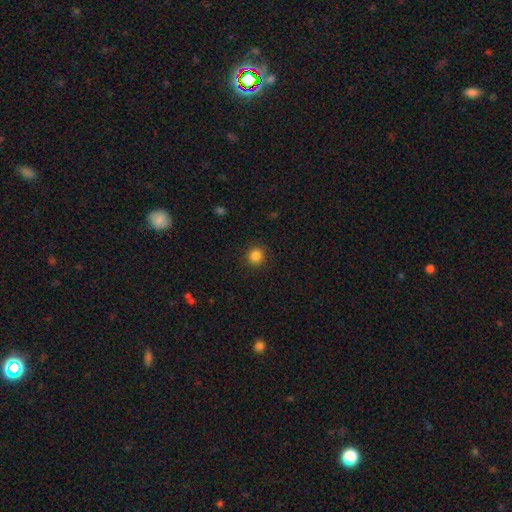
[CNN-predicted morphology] Smooth or featured? Predicted: smooth (p=0.84). How rounded? Predicted: round (p=0.91). Merging? Predicted: none (p=0.91).